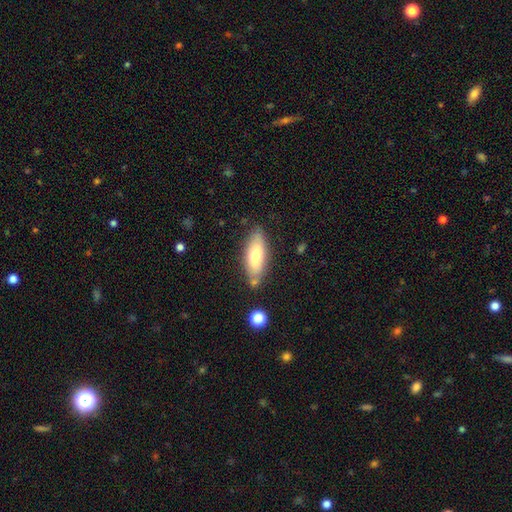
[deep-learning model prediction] A smooth galaxy with no disk features (68%) that is in between round and cigar-shaped (68%). Merging: none (76%).